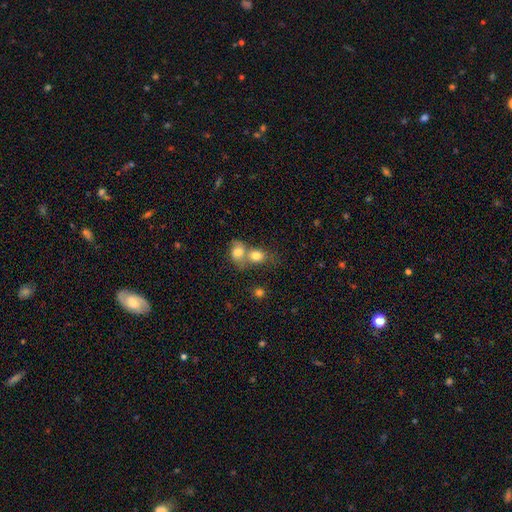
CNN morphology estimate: Q: Smooth or featured?
A: smooth (77%); runner-up: featured or disk (12%)
Q: How rounded?
A: round (58%); runner-up: in between (40%)
Q: Merging?
A: merger (62%); runner-up: none (26%)